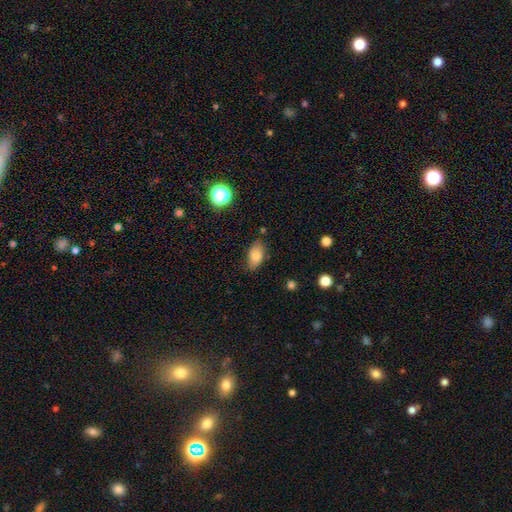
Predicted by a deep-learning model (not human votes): The model was most divided on "merging": none: 77%, minor disturbance: 18%, major disturbance: 3%, merger: 2%. More confident: how rounded — in between (90%); smooth or featured — smooth (76%).